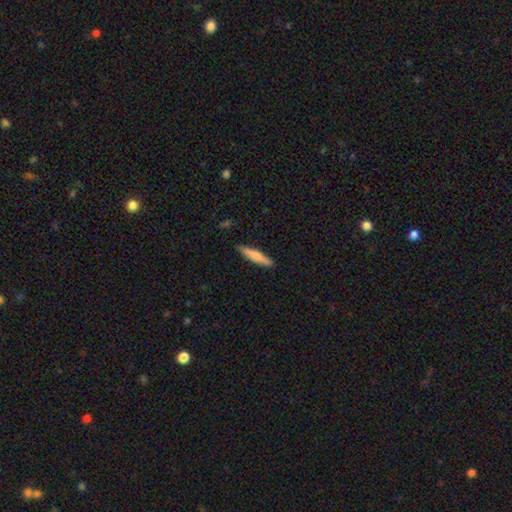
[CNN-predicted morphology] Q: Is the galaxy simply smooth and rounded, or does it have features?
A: smooth — 71%.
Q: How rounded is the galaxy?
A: cigar-shaped — 90%.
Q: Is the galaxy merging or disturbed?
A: none — 90%.